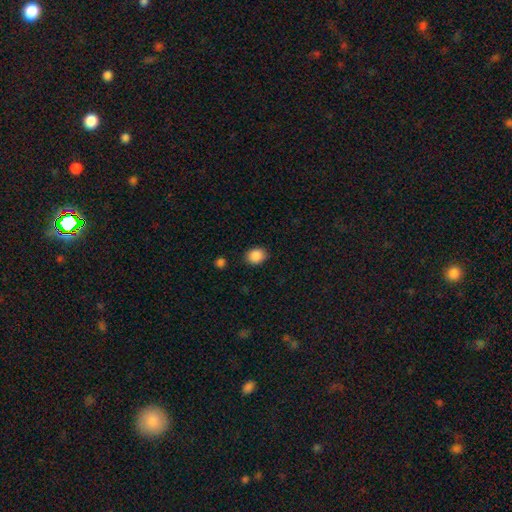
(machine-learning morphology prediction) The model was most divided on "how rounded": round: 58%, in between: 41%, cigar-shaped: 1%. More confident: smooth or featured — smooth (88%); merging — none (85%).